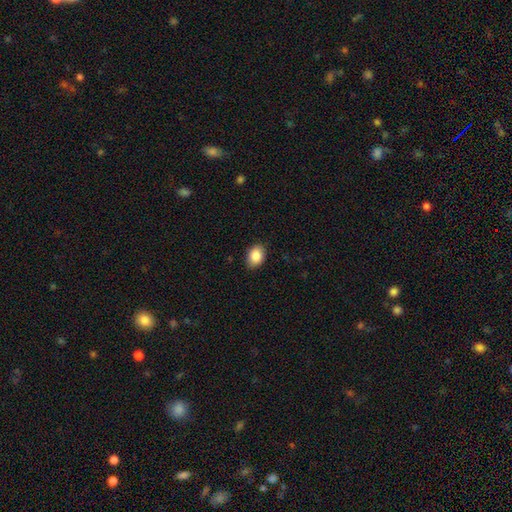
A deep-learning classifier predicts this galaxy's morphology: smooth-or-featured: smooth: 86% | star or artifact: 8% | featured or disk: 6%
  how-rounded: in between: 74% | round: 25% | cigar-shaped: 1%
  merging: none: 87% | minor disturbance: 10% | major disturbance: 2% | merger: 1%